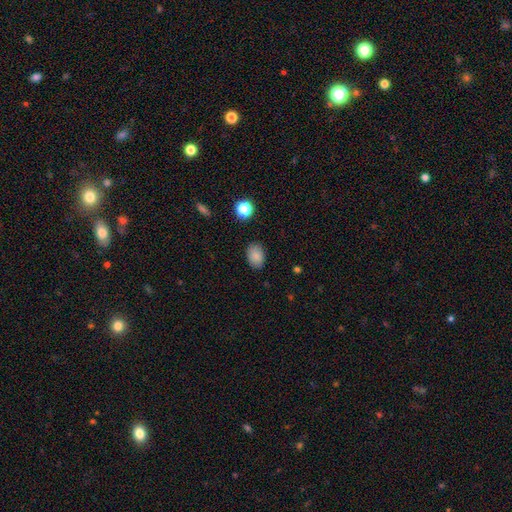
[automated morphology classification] Q: Smooth or featured?
A: smooth (85%); runner-up: star or artifact (10%)
Q: How rounded?
A: in between (82%); runner-up: round (17%)
Q: Merging?
A: none (84%); runner-up: minor disturbance (12%)